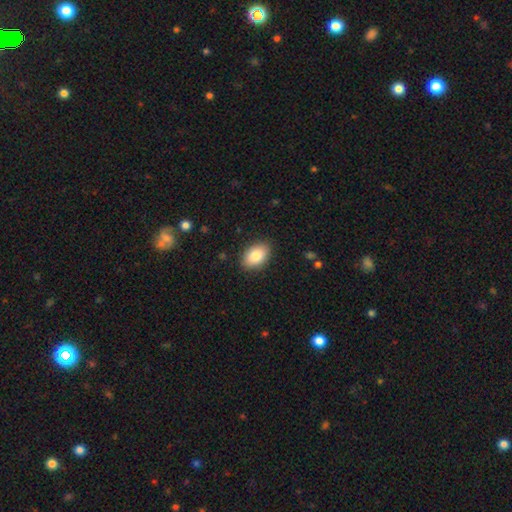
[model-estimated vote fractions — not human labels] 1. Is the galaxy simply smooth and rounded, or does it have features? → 85% smooth, 8% featured or disk, 7% star or artifact.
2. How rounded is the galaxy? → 90% in between, 9% round, 1% cigar-shaped.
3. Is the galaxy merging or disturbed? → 88% none, 9% minor disturbance, 2% major disturbance, 1% merger.